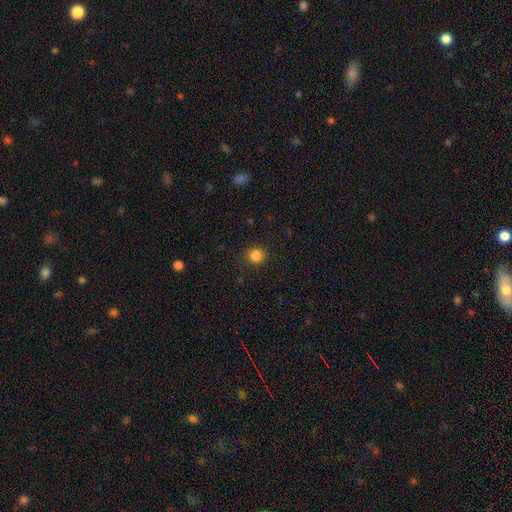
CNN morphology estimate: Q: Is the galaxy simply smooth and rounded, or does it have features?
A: smooth — 84%.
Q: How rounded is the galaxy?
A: round — 79%.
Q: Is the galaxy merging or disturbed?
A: none — 84%.